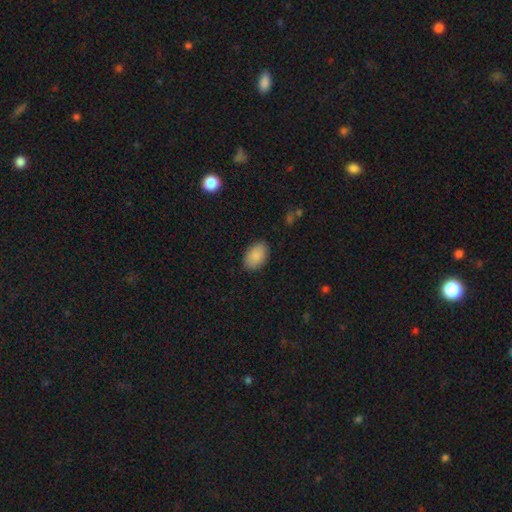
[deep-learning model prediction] Smooth or featured?
  - smooth: 89% *
  - star or artifact: 7%
  - featured or disk: 4%
How rounded?
  - in between: 91% *
  - round: 8%
  - cigar-shaped: 1%
Merging?
  - none: 86% *
  - minor disturbance: 10%
  - major disturbance: 2%
  - merger: 1%